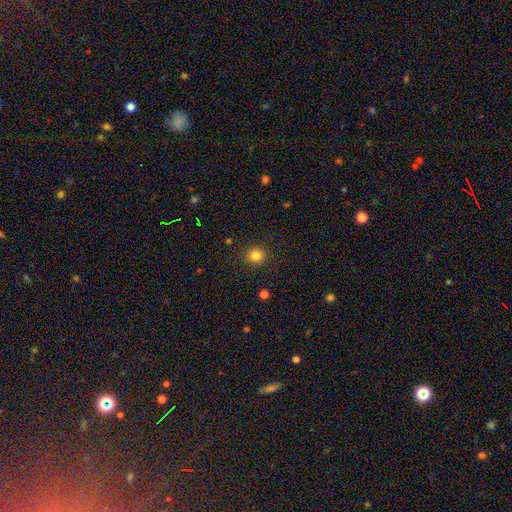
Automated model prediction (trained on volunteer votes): A smooth galaxy with no disk features (83%) that is round (85%).

Vote fractions:
- Smooth or featured? smooth: 83% / star or artifact: 12% / featured or disk: 5%
- How rounded? round: 85% / in between: 14% / cigar-shaped: 1%
- Merging? none: 89% / minor disturbance: 7% / major disturbance: 3% / merger: 1%